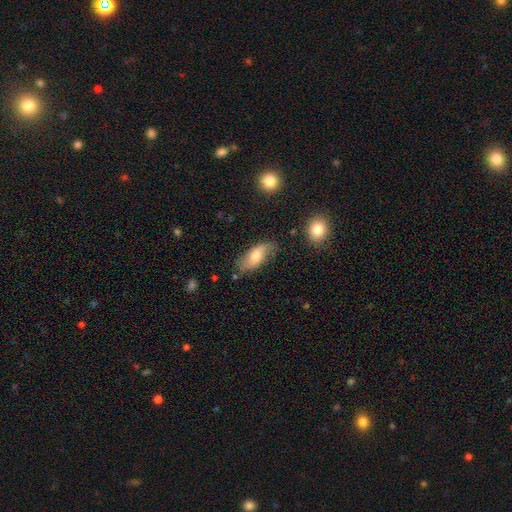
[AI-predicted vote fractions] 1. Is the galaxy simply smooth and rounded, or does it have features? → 52% smooth, 41% featured or disk, 7% star or artifact.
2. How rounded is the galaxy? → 83% in between, 13% cigar-shaped, 4% round.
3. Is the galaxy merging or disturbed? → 71% none, 21% minor disturbance, 5% major disturbance, 3% merger.